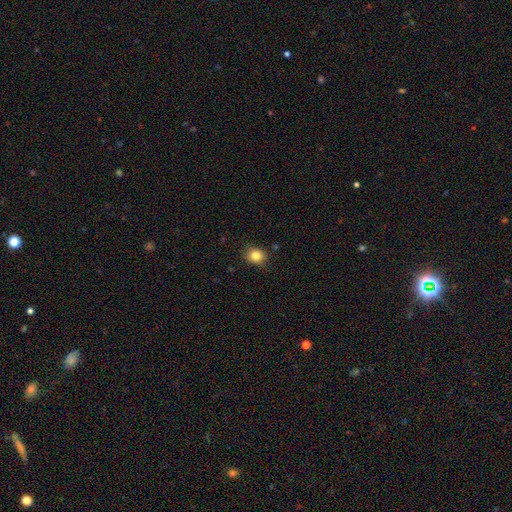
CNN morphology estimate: The model was most divided on "how rounded": round: 67%, in between: 33%, cigar-shaped: 1%. More confident: merging — none (86%); smooth or featured — smooth (83%).